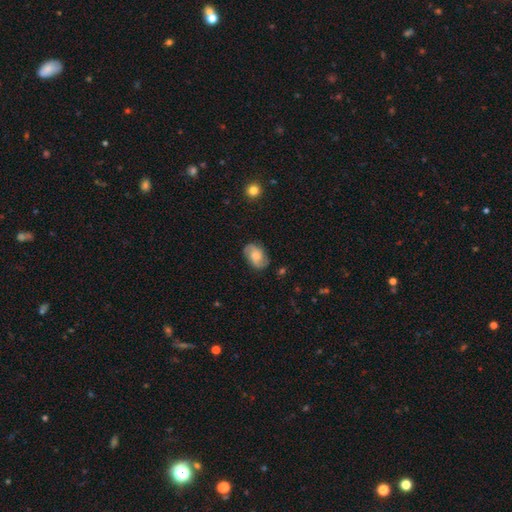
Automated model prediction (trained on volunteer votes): featured or disk 52%, smooth 40%, star or artifact 8%. Down the decision tree: edge-on disk — no (97%); bar — no (60%); spiral arms — yes (89%); bulge size — none (27%, tied with moderate); merging — none (76%).